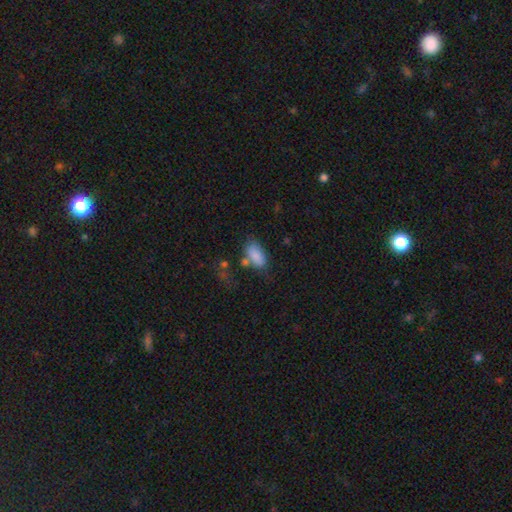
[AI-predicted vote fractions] Q: Smooth or featured?
A: smooth (84%); runner-up: featured or disk (8%)
Q: How rounded?
A: in between (92%); runner-up: round (4%)
Q: Merging?
A: none (50%); runner-up: minor disturbance (22%)